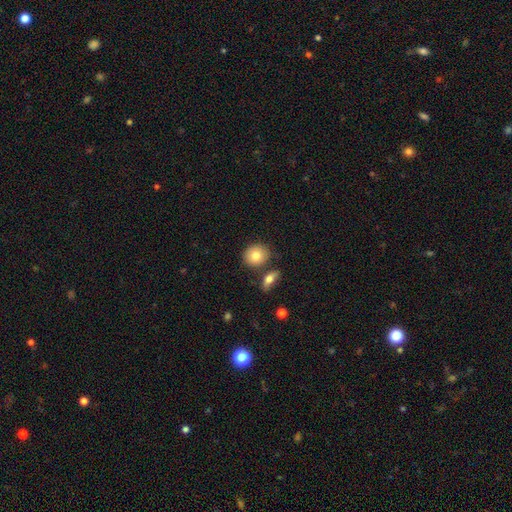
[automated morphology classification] smooth-or-featured: smooth: 81% | featured or disk: 12% | star or artifact: 8%
  how-rounded: round: 70% | in between: 29% | cigar-shaped: 1%
  merging: none: 75% | minor disturbance: 11% | merger: 11% | major disturbance: 3%